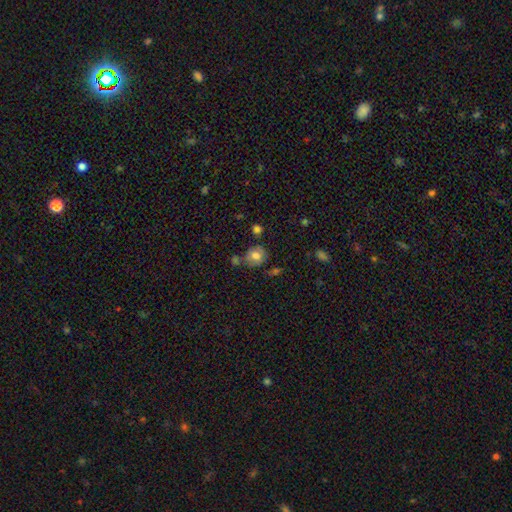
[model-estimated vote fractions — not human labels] This appears to be a smooth galaxy with no disk features (72%) that is round (70%). Merging: none (65%).